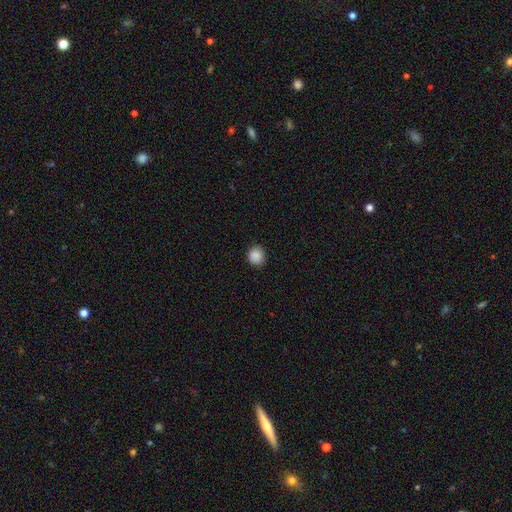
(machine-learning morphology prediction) Overall: smooth (88%). How rounded: round (88%). Merging: none (90%).